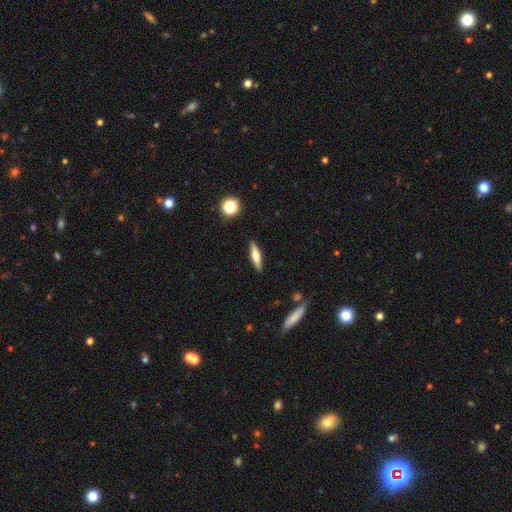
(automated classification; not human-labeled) Smooth or featured? smooth (50%)
Merging? none (88%)